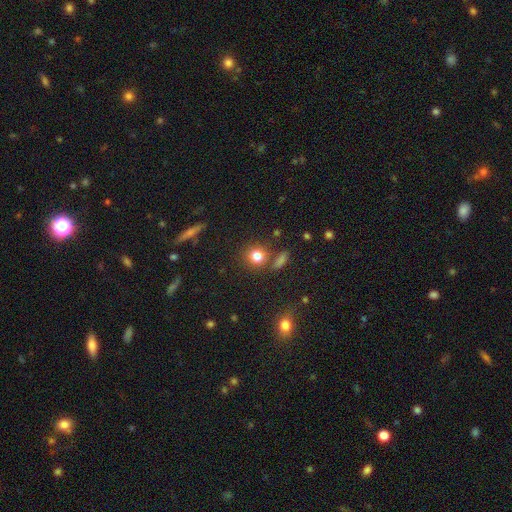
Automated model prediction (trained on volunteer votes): This appears to be a smooth galaxy with no disk features (58%) that is round (86%). Merging: none (74%).